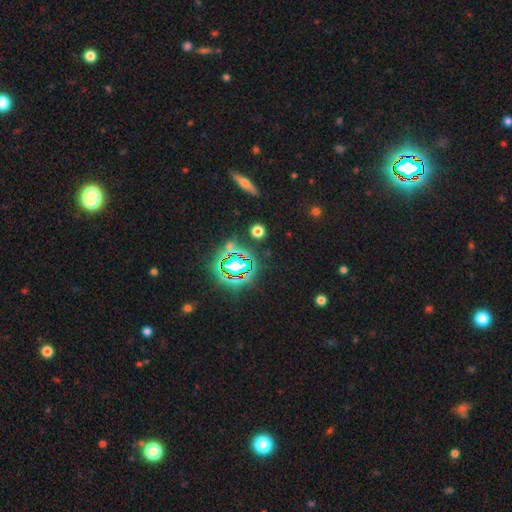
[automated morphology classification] smooth-or-featured: star or artifact: 80% | smooth: 12% | featured or disk: 8%